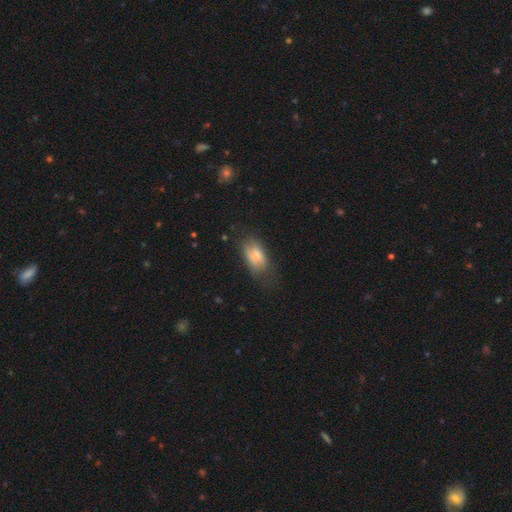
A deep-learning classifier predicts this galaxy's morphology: Smooth or featured? smooth (72%)
How rounded? in between (90%)
Merging? none (43%)